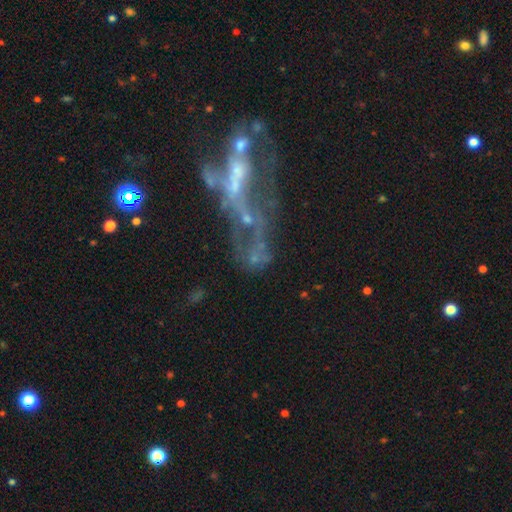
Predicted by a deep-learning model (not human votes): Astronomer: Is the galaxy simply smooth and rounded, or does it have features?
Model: featured or disk — 51% (runner-up: star or artifact, 28%).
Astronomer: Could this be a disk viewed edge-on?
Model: no — 91%.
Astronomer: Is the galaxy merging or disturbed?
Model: merger — 33% (runner-up: none, 29%).